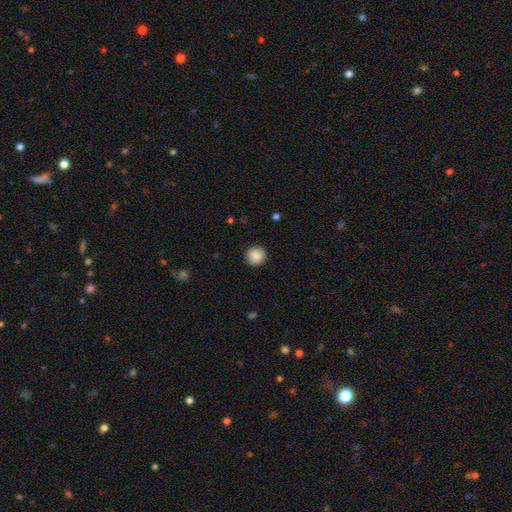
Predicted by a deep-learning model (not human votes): This is clearly a smooth galaxy (88%). How rounded: clearly round (92%). Merging: clearly none (91%).